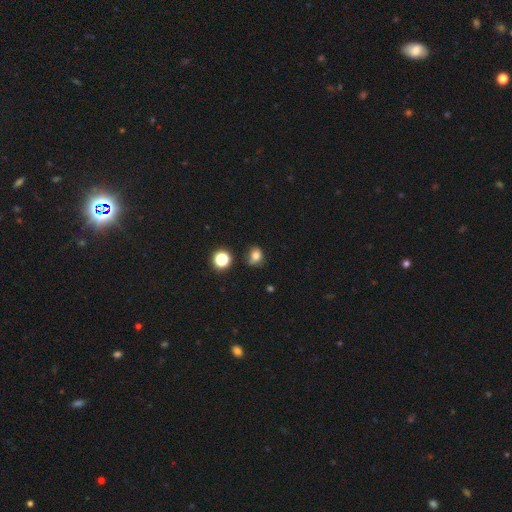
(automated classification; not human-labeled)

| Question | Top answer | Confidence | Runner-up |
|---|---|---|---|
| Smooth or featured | smooth | 76% | star or artifact (15%) |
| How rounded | round | 55% | in between (44%) |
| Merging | none | 60% | minor disturbance (27%) |